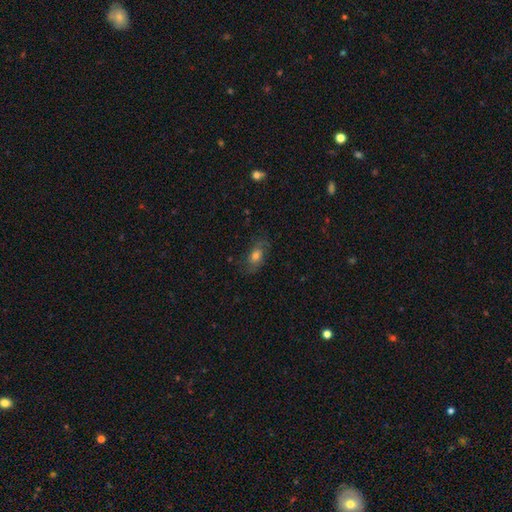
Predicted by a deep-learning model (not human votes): Overall: smooth (54%; featured or disk 31%). How rounded: in between (78%). Merging: none (69%).